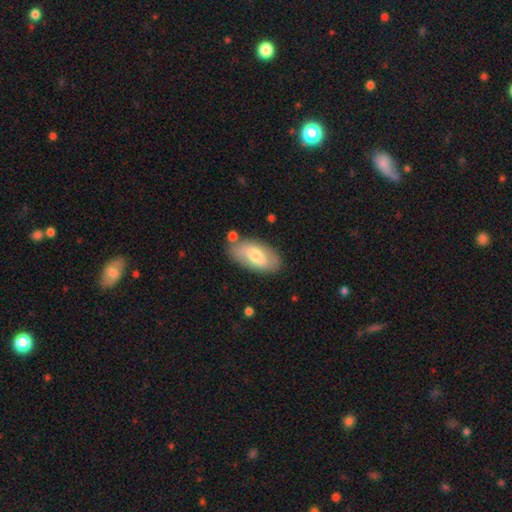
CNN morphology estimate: smooth-or-featured: smooth: 59% | featured or disk: 35% | star or artifact: 6%
  how-rounded: in between: 93% | cigar-shaped: 4% | round: 3%
  merging: none: 76% | minor disturbance: 15% | merger: 5% | major disturbance: 4%